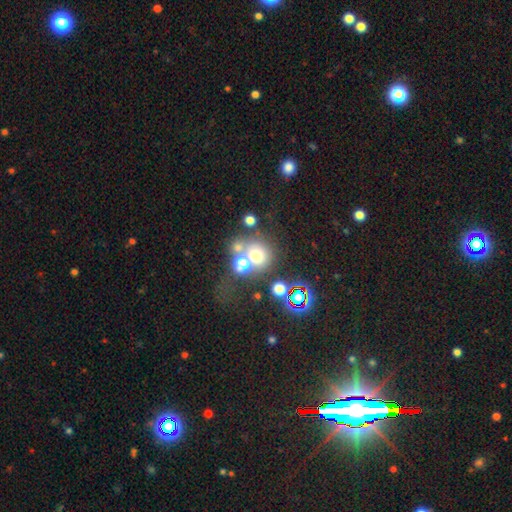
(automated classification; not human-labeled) smooth_or_featured: smooth (p=0.59) [alt: star or artifact p=0.23]
how_rounded: round (p=0.80) [alt: in between p=0.19]
merging: none (p=0.42) [alt: merger p=0.40]